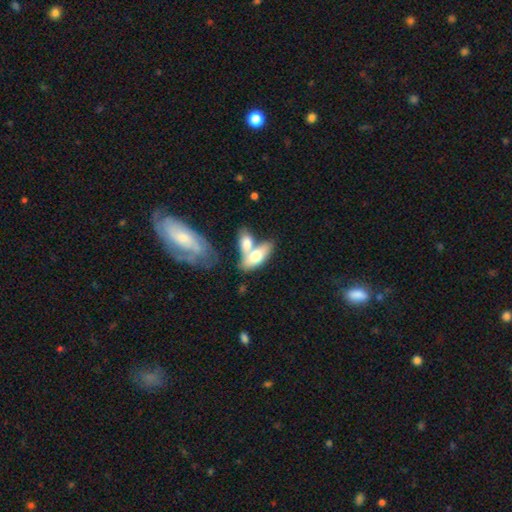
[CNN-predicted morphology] Smooth or featured? smooth (62%)
How rounded? in between (82%)
Merging? merger (60%)